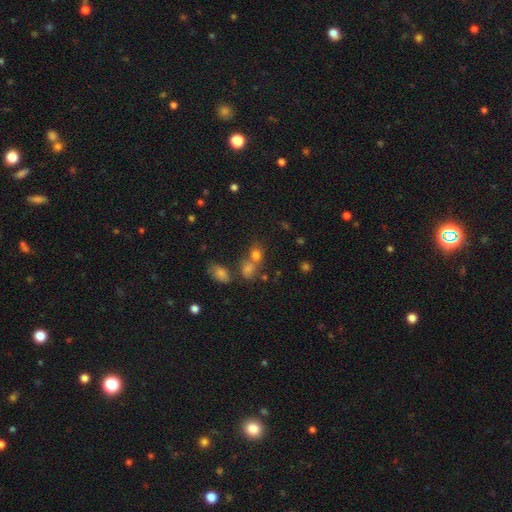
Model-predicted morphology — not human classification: Smooth or featured? Predicted: smooth (p=0.70). How rounded? Predicted: round (p=0.55). Merging? Predicted: none (p=0.44).